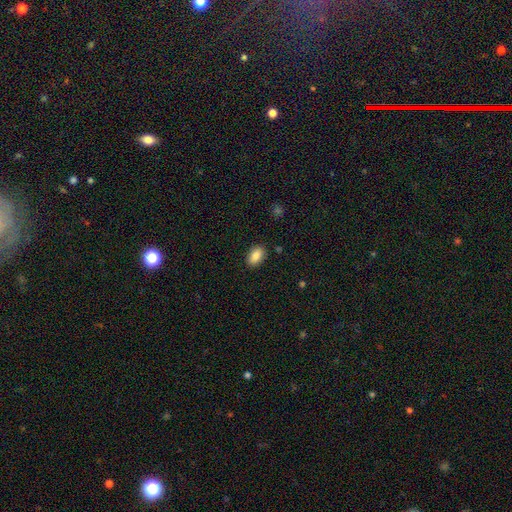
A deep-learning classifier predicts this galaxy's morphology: smooth-or-featured: smooth: 86% | star or artifact: 8% | featured or disk: 6%
  how-rounded: in between: 92% | round: 6% | cigar-shaped: 2%
  merging: none: 87% | minor disturbance: 9% | major disturbance: 2% | merger: 1%